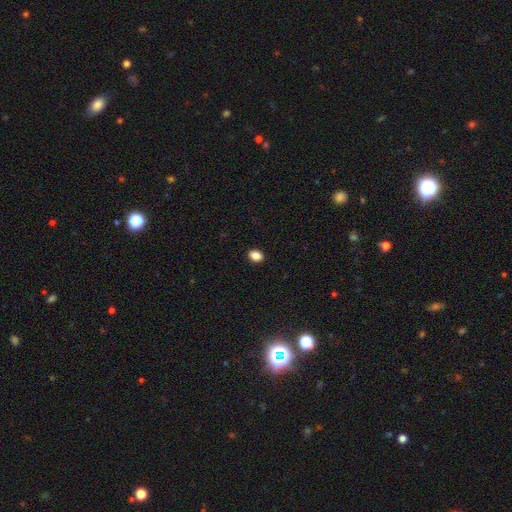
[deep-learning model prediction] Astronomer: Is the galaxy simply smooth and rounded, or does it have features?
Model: smooth — 86%.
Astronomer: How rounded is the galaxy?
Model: in between — 67%.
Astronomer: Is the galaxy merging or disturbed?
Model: none — 91%.